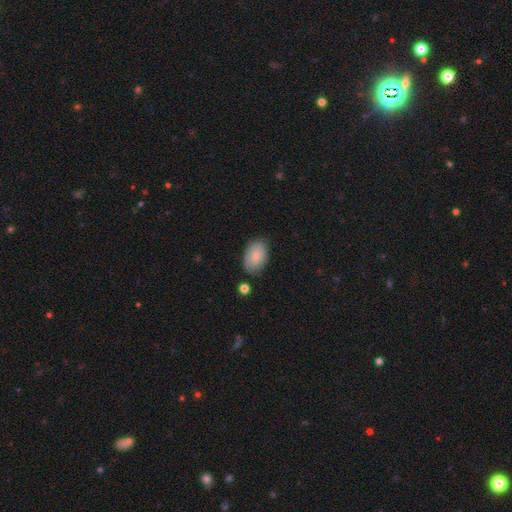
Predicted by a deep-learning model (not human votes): This is likely a smooth galaxy (76%). How rounded: clearly in between (91%). Merging: likely none (72%).